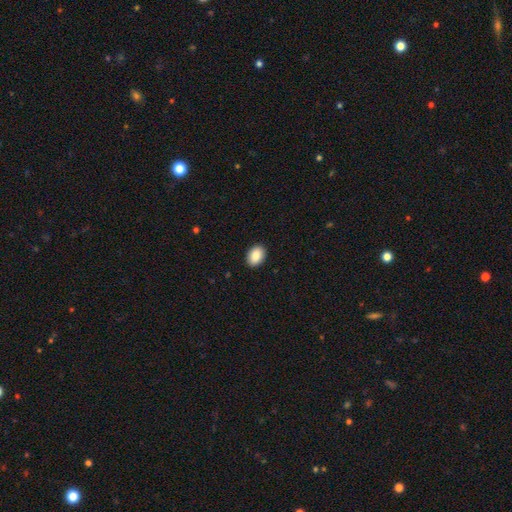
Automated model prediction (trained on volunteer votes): smooth_or_featured: smooth (p=0.89) [alt: star or artifact p=0.07]
how_rounded: in between (p=0.85) [alt: round p=0.14]
merging: none (p=0.91) [alt: minor disturbance p=0.06]